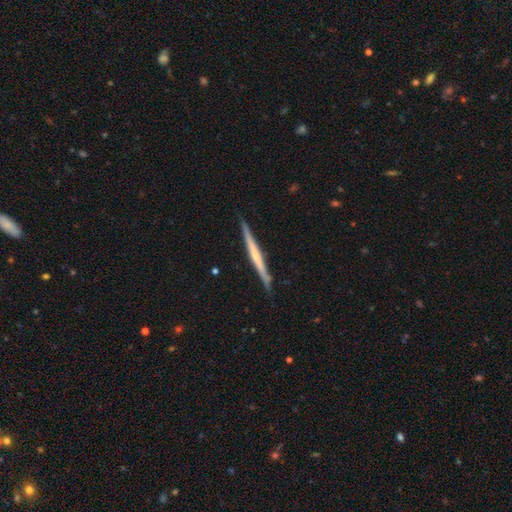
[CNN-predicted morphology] Smooth or featured? featured or disk (66%)
Edge-on disk? yes (98%)
Edge-on bulge? none (58%)
Merging? none (89%)